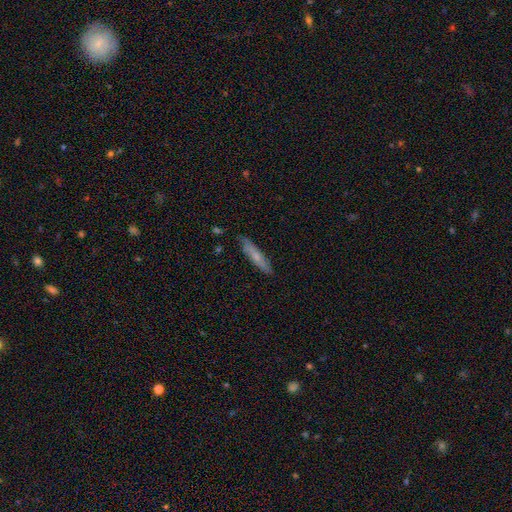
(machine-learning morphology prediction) type=smooth (56%); roundness=cigar-shaped (87%); merging=none (84%).